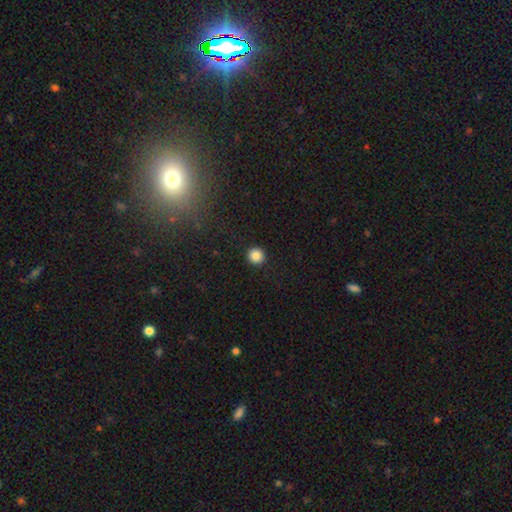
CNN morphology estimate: type=smooth (86%); roundness=round (96%); merging=none (93%).